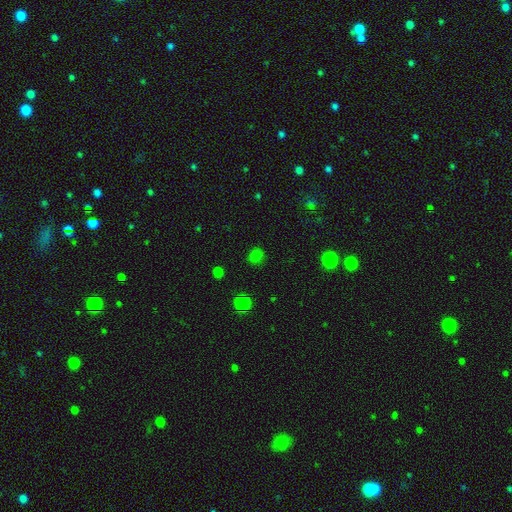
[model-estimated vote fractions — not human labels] smooth-or-featured: smooth: 75% | star or artifact: 21% | featured or disk: 4%
  how-rounded: round: 78% | in between: 21% | cigar-shaped: 1%
  merging: none: 85% | minor disturbance: 10% | major disturbance: 3% | merger: 2%